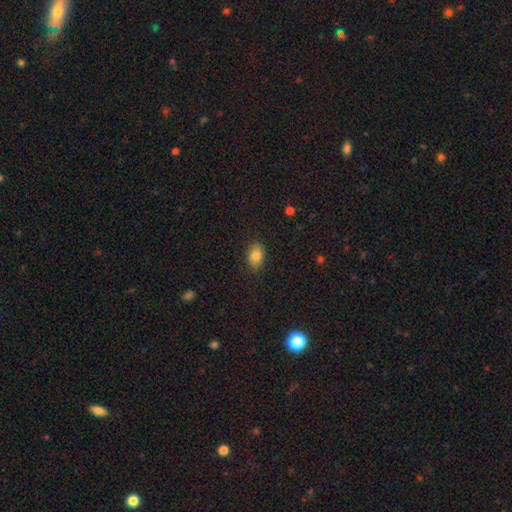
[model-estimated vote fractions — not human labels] This appears to be a smooth galaxy with no disk features (84%) that is in between round and cigar-shaped (85%). Merging: none (87%).